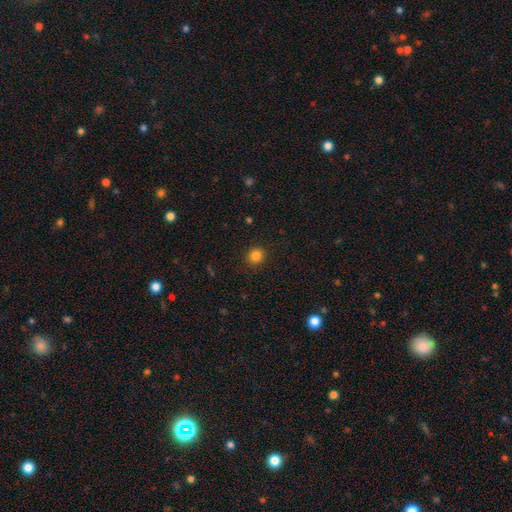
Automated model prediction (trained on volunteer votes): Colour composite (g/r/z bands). It shows a smooth galaxy with no disk features (84%) that is round (89%). Merging: none (91%).